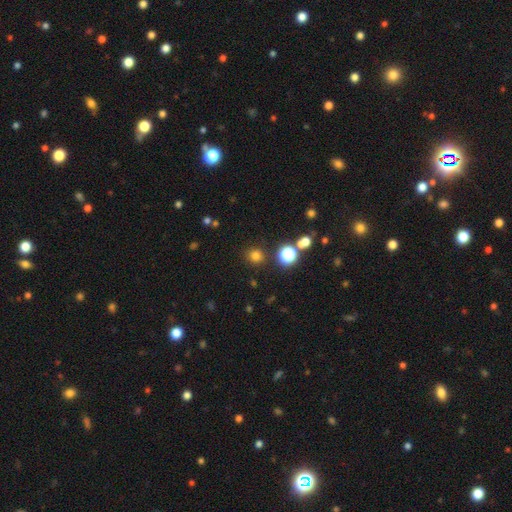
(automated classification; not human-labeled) smooth-or-featured: smooth: 75% | star or artifact: 20% | featured or disk: 5%
  how-rounded: round: 92% | in between: 7% | cigar-shaped: 1%
  merging: none: 88% | minor disturbance: 6% | merger: 3% | major disturbance: 3%